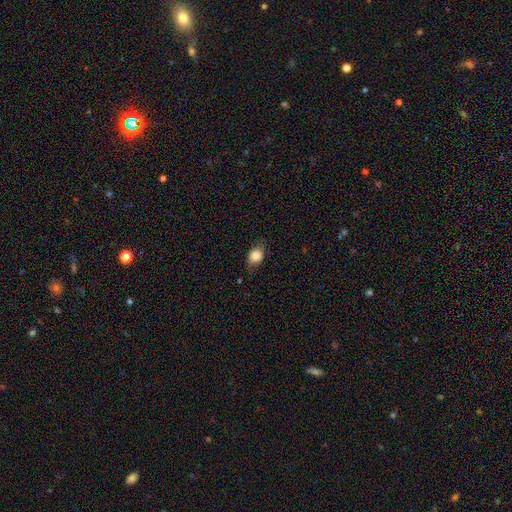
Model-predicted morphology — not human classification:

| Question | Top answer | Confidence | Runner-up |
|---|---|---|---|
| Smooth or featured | smooth | 81% | featured or disk (10%) |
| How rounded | in between | 56% | round (42%) |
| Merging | none | 71% | minor disturbance (22%) |